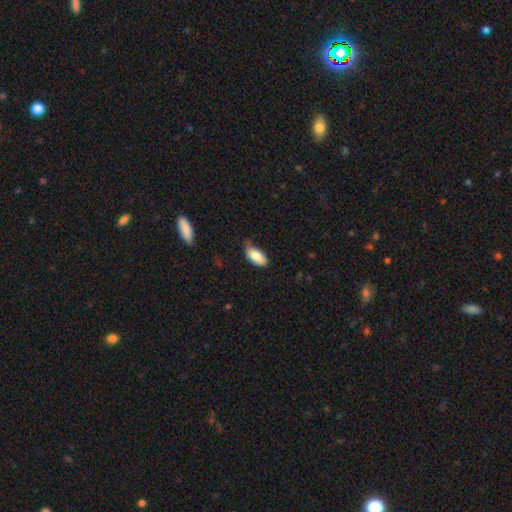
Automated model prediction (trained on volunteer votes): smooth_or_featured: smooth (p=0.81) [alt: featured or disk p=0.12]
how_rounded: in between (p=0.93) [alt: cigar-shaped p=0.04]
merging: none (p=0.54) [alt: minor disturbance p=0.38]